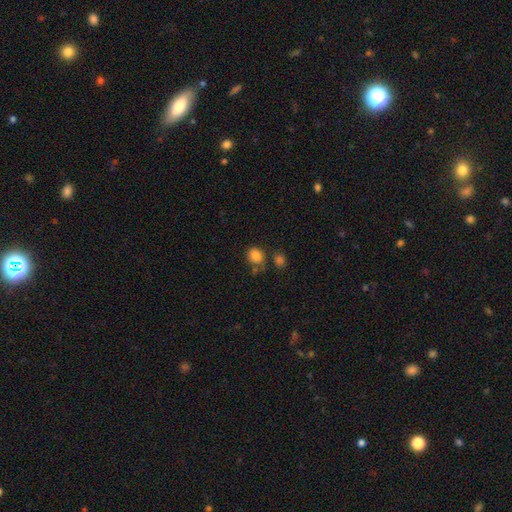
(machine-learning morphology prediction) smooth_or_featured: smooth (p=0.84) [alt: star or artifact p=0.10]
how_rounded: round (p=0.65) [alt: in between p=0.34]
merging: none (p=0.66) [alt: minor disturbance p=0.15]